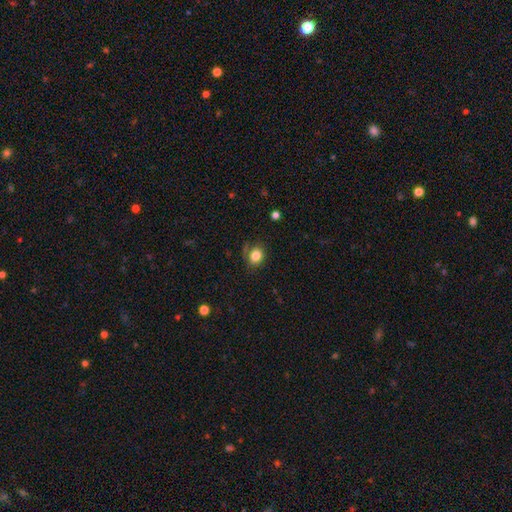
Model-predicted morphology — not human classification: Smooth or featured? Predicted: smooth (p=0.82). How rounded? Predicted: round (p=0.60). Merging? Predicted: none (p=0.77).